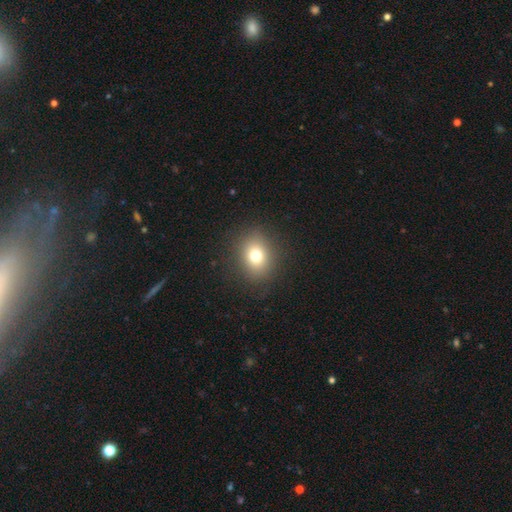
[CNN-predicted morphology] Q: Smooth or featured?
A: smooth (74%); runner-up: star or artifact (14%)
Q: How rounded?
A: round (62%); runner-up: in between (37%)
Q: Merging?
A: none (87%); runner-up: minor disturbance (8%)